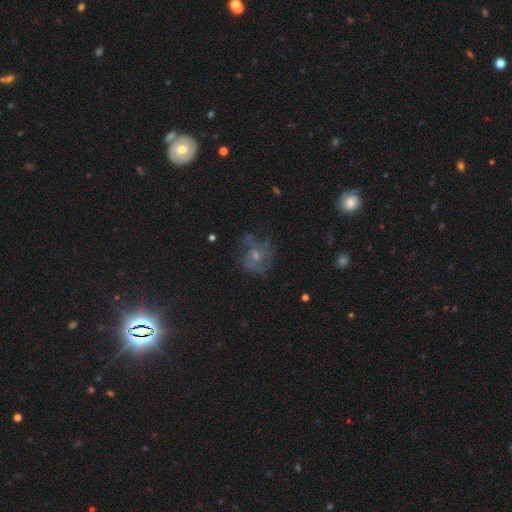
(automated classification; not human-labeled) Overall: featured or disk (59%; smooth 25%). Edge-on disk: no (97%). Bar: no (73%). Spiral arms: yes (64%; no 36%). Bulge size: moderate (48%; small 39%). Merging: none (58%; minor disturbance 20%).